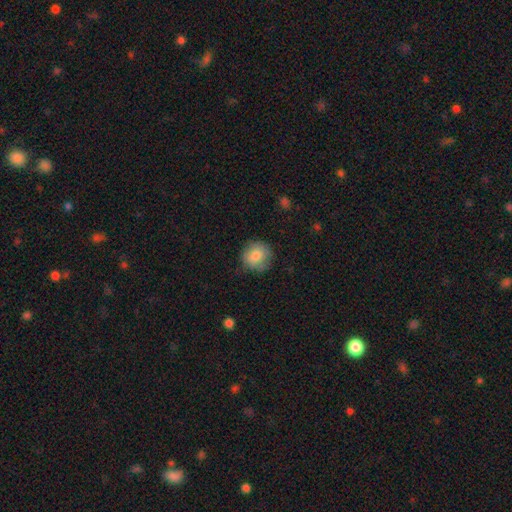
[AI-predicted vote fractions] smooth 82%, featured or disk 10%, star or artifact 8%. Down the decision tree: how rounded — round (86%); merging — none (77%).